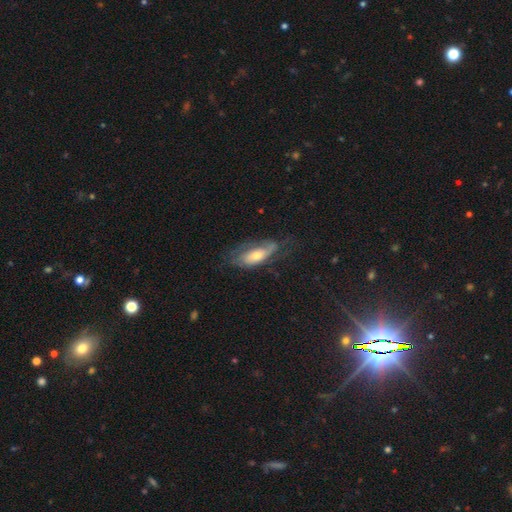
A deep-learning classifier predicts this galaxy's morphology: Smooth or featured? Predicted: featured or disk (p=0.59). Edge-on disk? Predicted: no (p=0.80). Merging? Predicted: none (p=0.54).